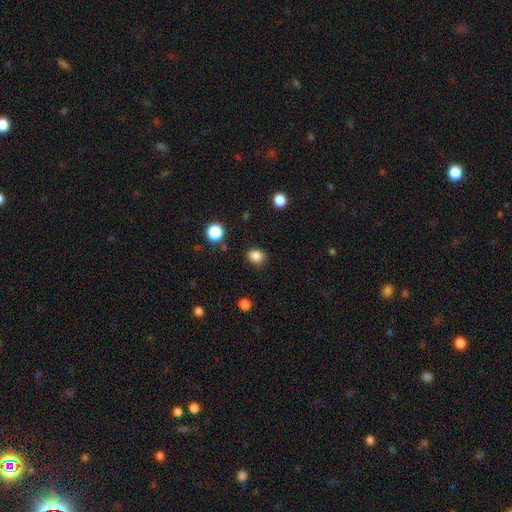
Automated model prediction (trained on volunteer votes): A smooth galaxy with no disk features (85%) that is round (68%).

Vote fractions:
- Smooth or featured? smooth: 85% / star or artifact: 12% / featured or disk: 3%
- How rounded? round: 68% / in between: 31% / cigar-shaped: 1%
- Merging? none: 85% / minor disturbance: 10% / major disturbance: 3% / merger: 2%